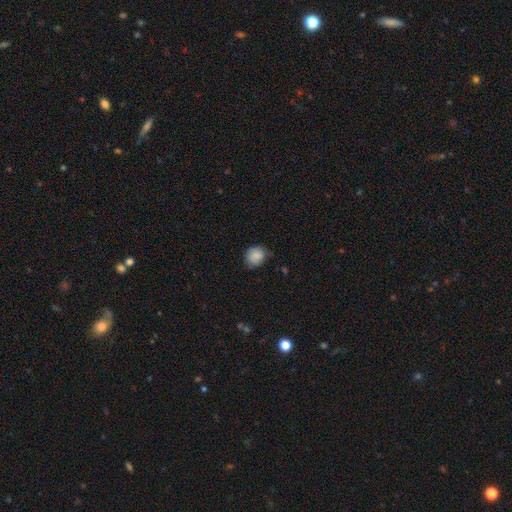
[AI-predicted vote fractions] smooth 85%, star or artifact 8%, featured or disk 7%. Down the decision tree: how rounded — round (77%); merging — none (73%).